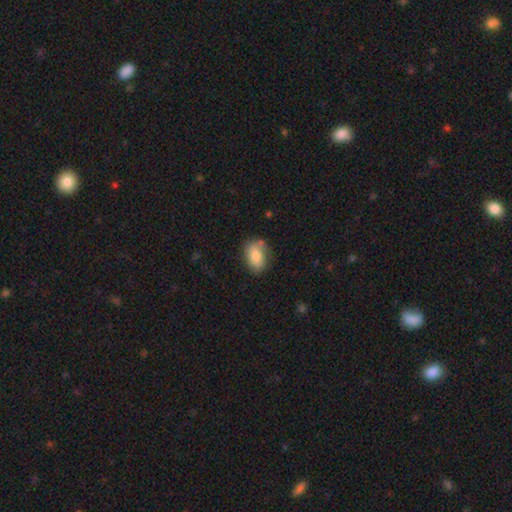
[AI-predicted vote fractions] This is clearly a smooth galaxy (81%). How rounded: clearly in between (85%). Merging: likely none (67%).